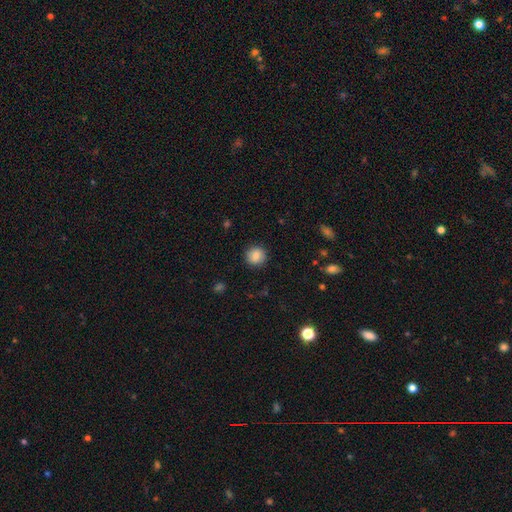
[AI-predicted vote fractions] Smooth or featured? smooth (82%)
How rounded? round (92%)
Merging? none (89%)